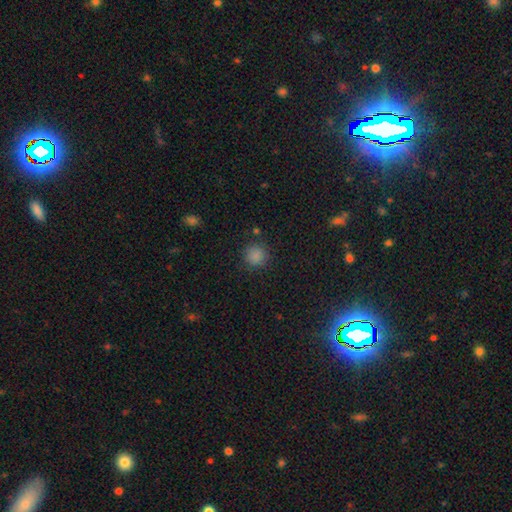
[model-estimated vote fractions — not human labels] Smooth or featured: smooth — 85% (star or artifact — 12%)
How rounded: round — 93% (in between — 6%)
Merging: none — 87% (minor disturbance — 8%)